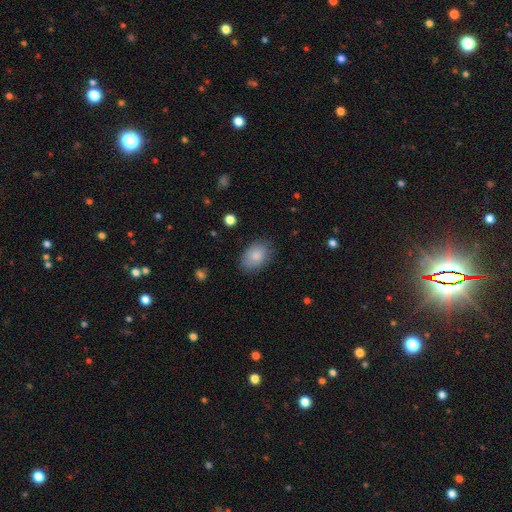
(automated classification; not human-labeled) Q: Smooth or featured?
A: smooth (85%); runner-up: featured or disk (8%)
Q: How rounded?
A: in between (86%); runner-up: round (13%)
Q: Merging?
A: none (80%); runner-up: minor disturbance (15%)